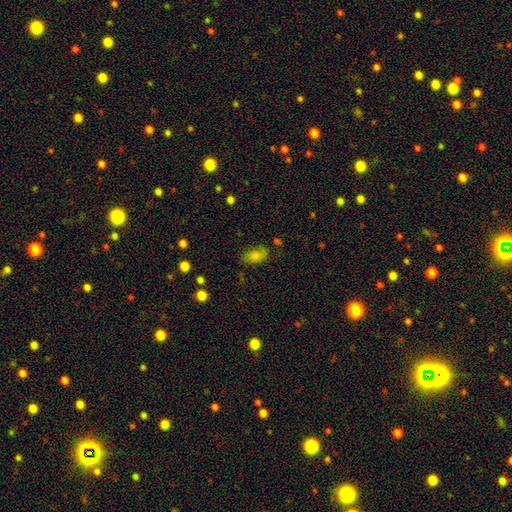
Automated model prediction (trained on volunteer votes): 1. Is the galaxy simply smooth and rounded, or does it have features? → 77% smooth, 13% star or artifact, 11% featured or disk.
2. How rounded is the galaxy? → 90% in between, 7% round, 3% cigar-shaped.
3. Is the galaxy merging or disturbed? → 69% none, 21% minor disturbance, 7% major disturbance, 3% merger.